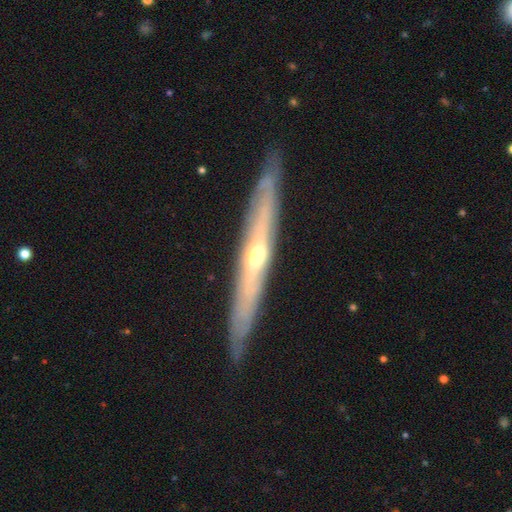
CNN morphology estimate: This is likely a featured or disk galaxy (72%). It is clearly viewed edge-on (87%). Edge-on bulge: likely rounded (72%). Merging: clearly none (85%).